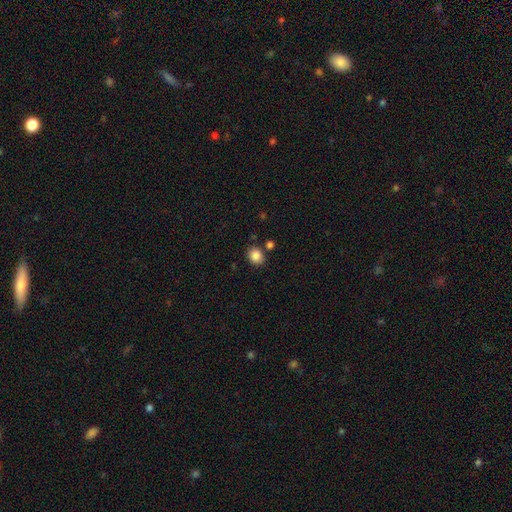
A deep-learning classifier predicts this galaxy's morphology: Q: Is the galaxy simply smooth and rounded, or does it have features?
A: smooth — 85%.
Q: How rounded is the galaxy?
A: round — 67%.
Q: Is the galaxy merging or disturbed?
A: none — 81%.